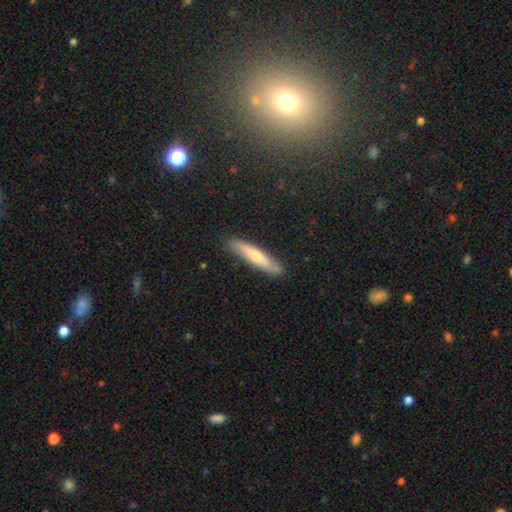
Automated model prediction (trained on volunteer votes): A smooth galaxy with no disk features (66%) that is cigar-shaped (90%). Merging: none (88%).